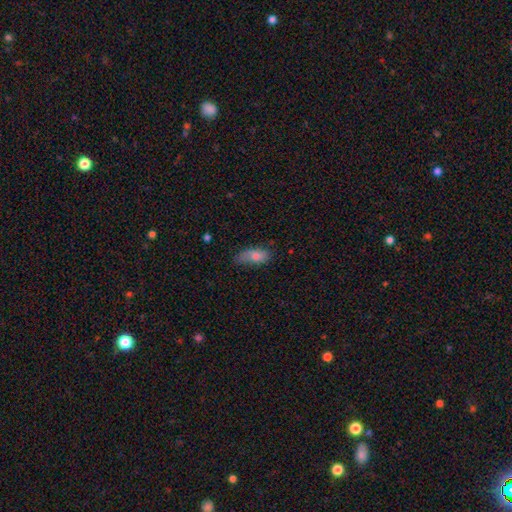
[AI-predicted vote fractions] Smooth or featured: smooth — 73% (featured or disk — 19%)
How rounded: in between — 76% (cigar-shaped — 21%)
Merging: none — 61% (minor disturbance — 31%)